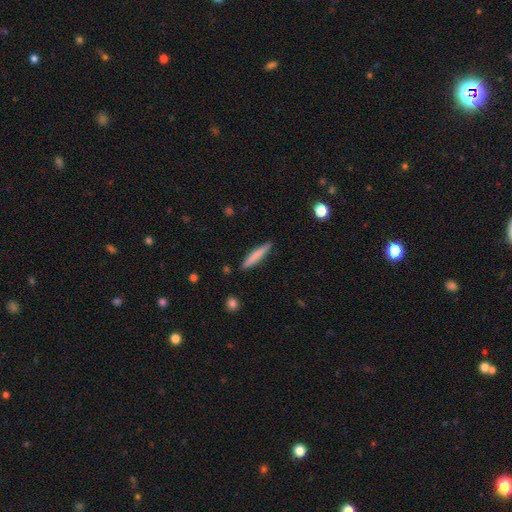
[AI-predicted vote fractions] A smooth galaxy with no disk features (75%) that is cigar-shaped (93%).

Vote fractions:
- Smooth or featured? smooth: 75% / featured or disk: 19% / star or artifact: 5%
- How rounded? cigar-shaped: 93% / in between: 6% / round: 1%
- Merging? none: 89% / minor disturbance: 8% / major disturbance: 2% / merger: 1%